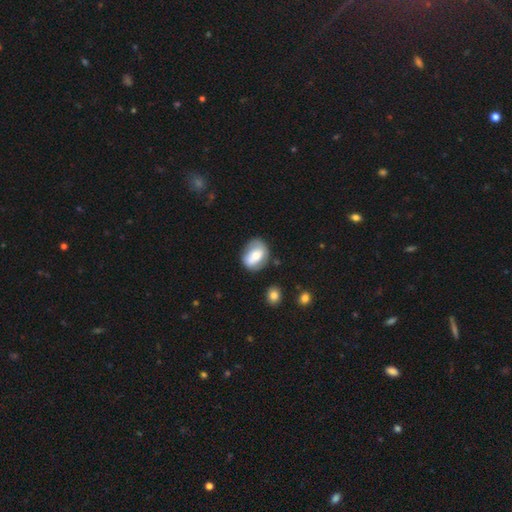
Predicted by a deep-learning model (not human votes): Smooth or featured? Predicted: smooth (p=0.51). How rounded? Predicted: in between (p=0.59). Merging? Predicted: none (p=0.68).